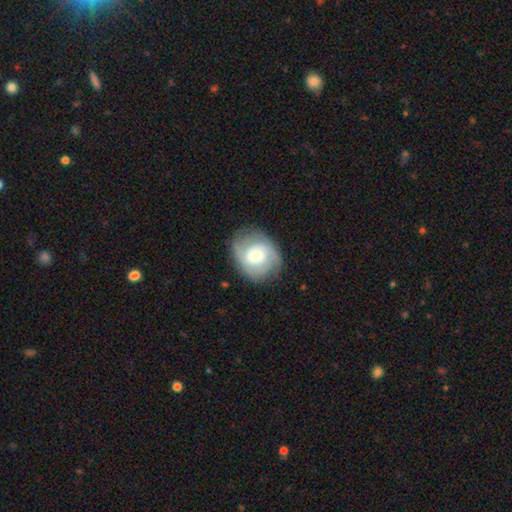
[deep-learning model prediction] A featured or disk galaxy (73%) with no bar (65%), 2 (46%) tight (56%) spiral arms (91%) and a moderate central bulge (65%).

Vote fractions:
- Smooth or featured? featured or disk: 73% / smooth: 22% / star or artifact: 6%
- Edge-on disk? no: 97% / yes: 3%
- Bar? no: 65% / weak: 29% / strong: 6%
- Spiral arms? yes: 91% / no: 9%
- Spiral winding? tight: 56% / medium: 34% / loose: 10%
- Spiral arm count? 2: 46% / can't tell: 23% / 3: 19% / 1: 4% / 4: 4% / more than 4: 3%
- Bulge size? moderate: 65% / small: 25% / large: 7% / dominant: 1% / none: 1%
- Merging? none: 78% / minor disturbance: 15% / major disturbance: 5% / merger: 1%